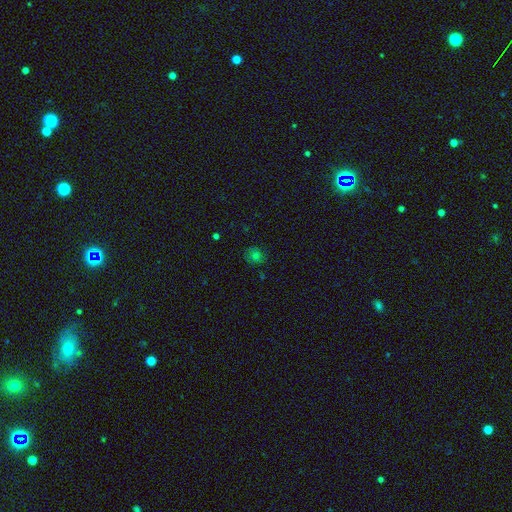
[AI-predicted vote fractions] Smooth or featured: smooth — 66% (star or artifact — 21%)
How rounded: round — 84% (in between — 15%)
Merging: none — 80% (minor disturbance — 14%)